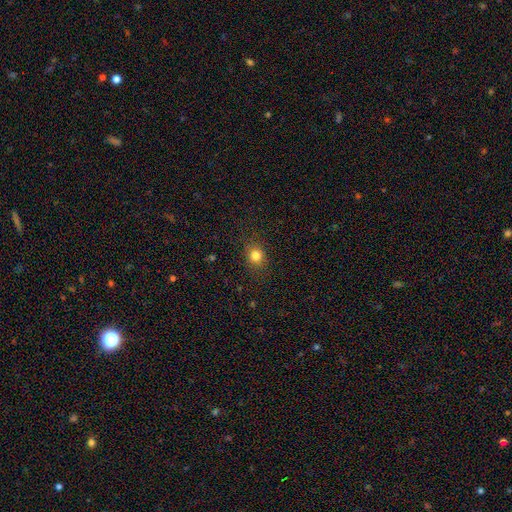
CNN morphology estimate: type=smooth (81%); roundness=round (75%); merging=none (87%).